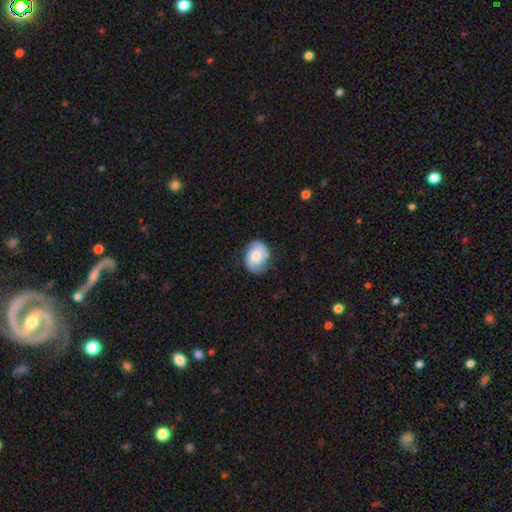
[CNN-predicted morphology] This is likely a smooth galaxy (72%). How rounded: likely in between (67%). Merging: likely none (68%).